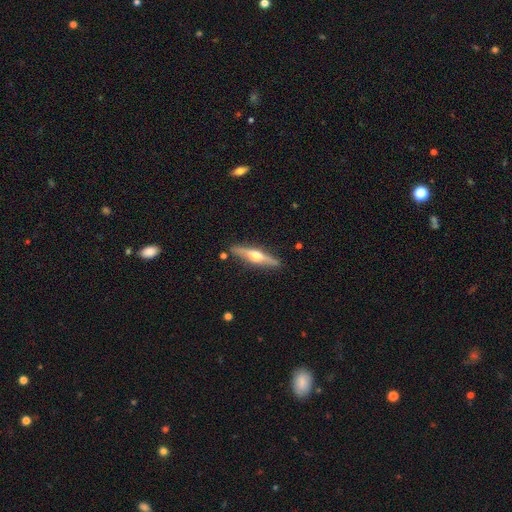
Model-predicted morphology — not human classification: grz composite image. It shows a featured or disk galaxy (65%) viewed edge-on (95%) with a rounded central bulge (93%). Merging: none (87%).